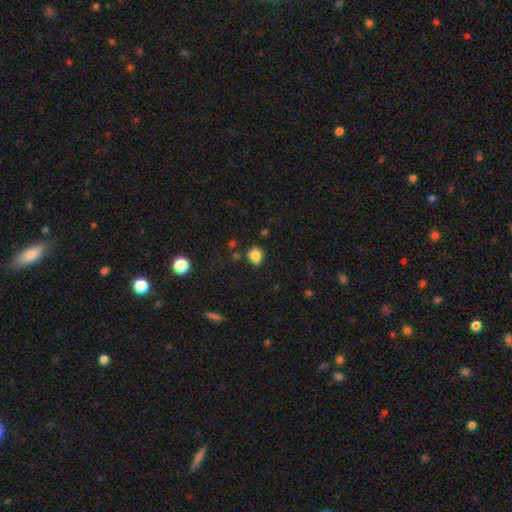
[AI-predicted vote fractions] smooth-or-featured: smooth: 81% | star or artifact: 12% | featured or disk: 7%
  how-rounded: round: 61% | in between: 38% | cigar-shaped: 1%
  merging: none: 71% | minor disturbance: 19% | merger: 6% | major disturbance: 4%